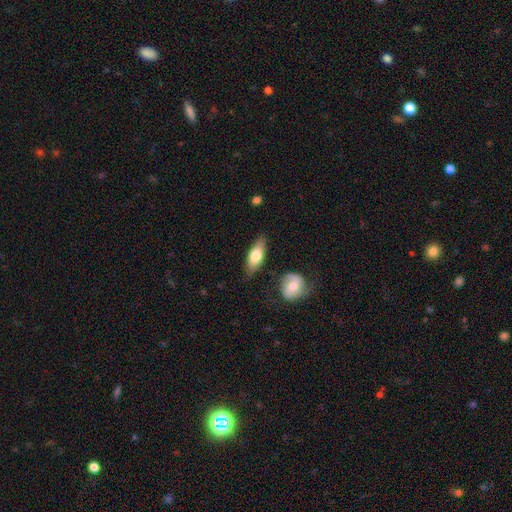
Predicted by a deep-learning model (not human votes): Smooth or featured? smooth (70%)
How rounded? in between (72%)
Merging? none (77%)